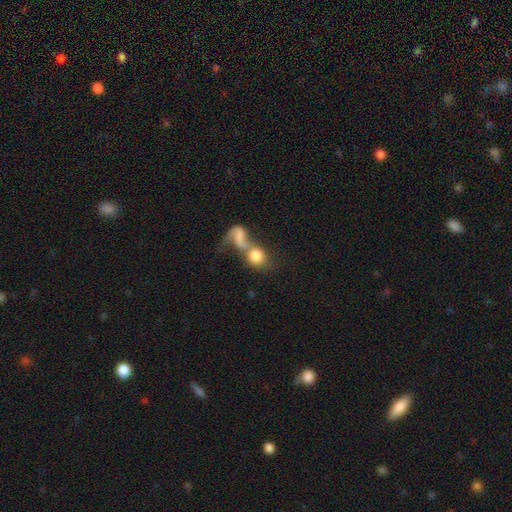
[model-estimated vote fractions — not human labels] Smooth or featured? smooth (73%)
How rounded? round (62%)
Merging? merger (73%)